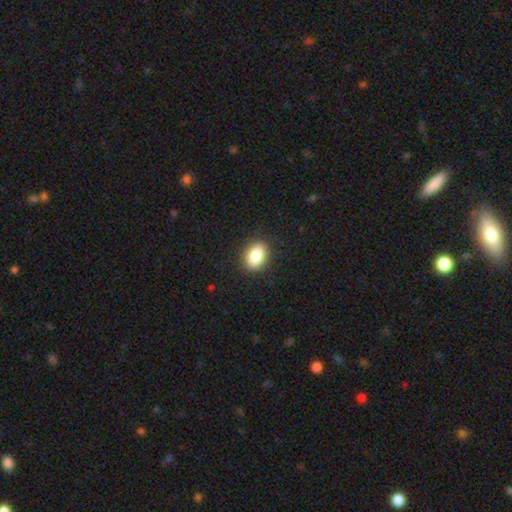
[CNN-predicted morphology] Q: Smooth or featured?
A: smooth (85%); runner-up: star or artifact (9%)
Q: How rounded?
A: in between (77%); runner-up: round (21%)
Q: Merging?
A: none (89%); runner-up: minor disturbance (8%)